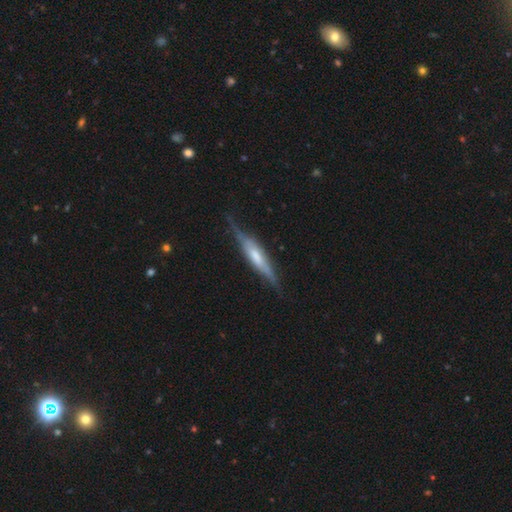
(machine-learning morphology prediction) smooth-or-featured: featured or disk: 64% | smooth: 30% | star or artifact: 6%
  disk-edge-on: yes: 90% | no: 10%
    edge-on-bulge: rounded: 46% | boxy: 30% | none: 25%
  merging: none: 68% | minor disturbance: 23% | major disturbance: 7% | merger: 2%